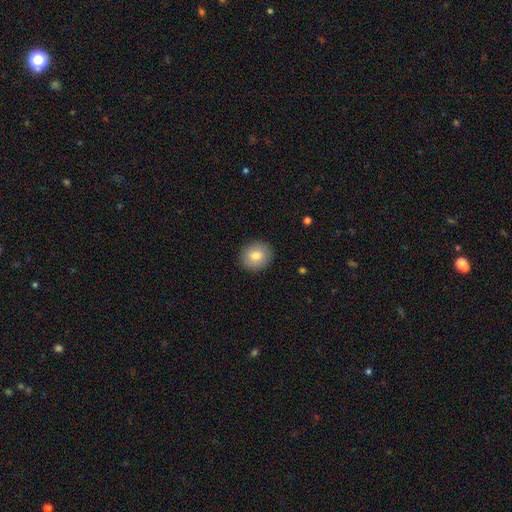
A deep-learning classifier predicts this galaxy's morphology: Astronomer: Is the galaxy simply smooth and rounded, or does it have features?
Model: smooth — 82%.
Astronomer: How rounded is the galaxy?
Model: round — 75%.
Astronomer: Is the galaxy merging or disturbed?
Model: none — 90%.